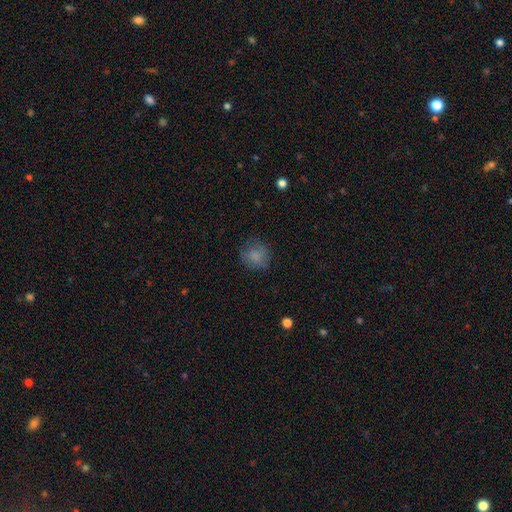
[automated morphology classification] This is clearly a smooth galaxy (81%). How rounded: clearly round (84%). Merging: likely none (75%).